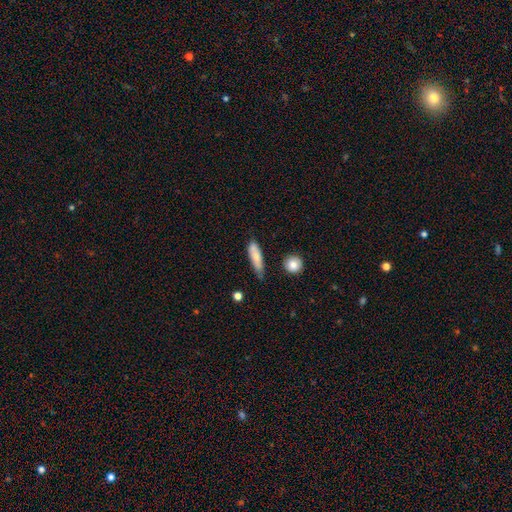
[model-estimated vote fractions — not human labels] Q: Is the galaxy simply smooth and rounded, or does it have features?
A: smooth — 77%.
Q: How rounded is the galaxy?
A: cigar-shaped — 61%.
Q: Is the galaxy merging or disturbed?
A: none — 58%.